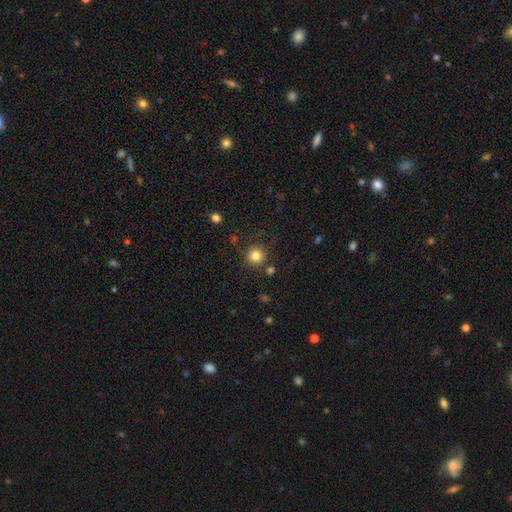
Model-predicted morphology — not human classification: A smooth galaxy with no disk features (82%) that is round (94%).

Vote fractions:
- Smooth or featured? smooth: 82% / star or artifact: 12% / featured or disk: 6%
- How rounded? round: 94% / in between: 5% / cigar-shaped: 1%
- Merging? none: 83% / minor disturbance: 8% / merger: 5% / major disturbance: 3%